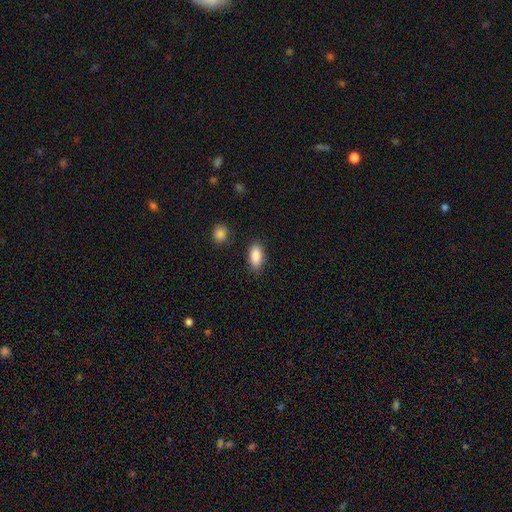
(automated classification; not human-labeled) Overall: smooth (88%). How rounded: in between (89%). Merging: none (83%).